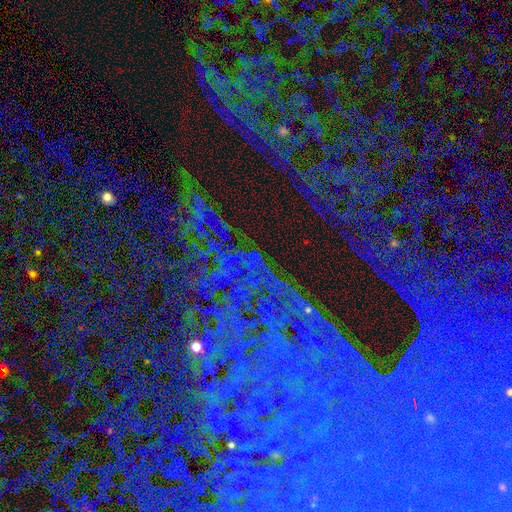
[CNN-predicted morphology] The model was most divided on "smooth or featured": star or artifact: 86%, featured or disk: 8%, smooth: 7%.